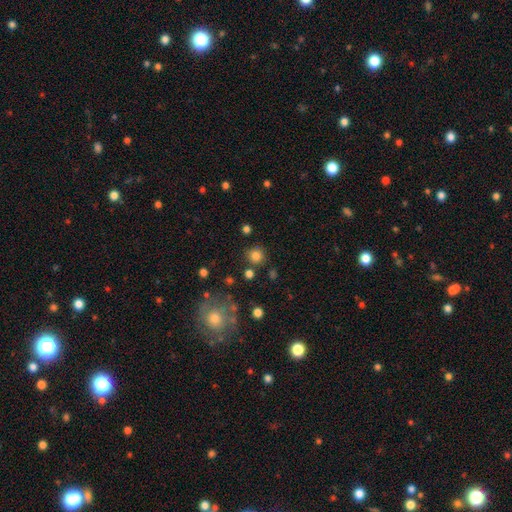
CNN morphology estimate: smooth_or_featured: smooth (p=0.81) [alt: star or artifact p=0.14]
how_rounded: round (p=0.92) [alt: in between p=0.07]
merging: none (p=0.84) [alt: minor disturbance p=0.08]